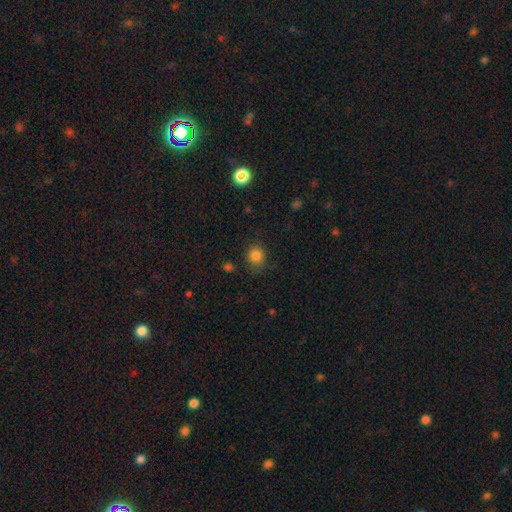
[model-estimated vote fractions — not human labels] Overall: smooth (83%). How rounded: round (78%). Merging: none (76%).